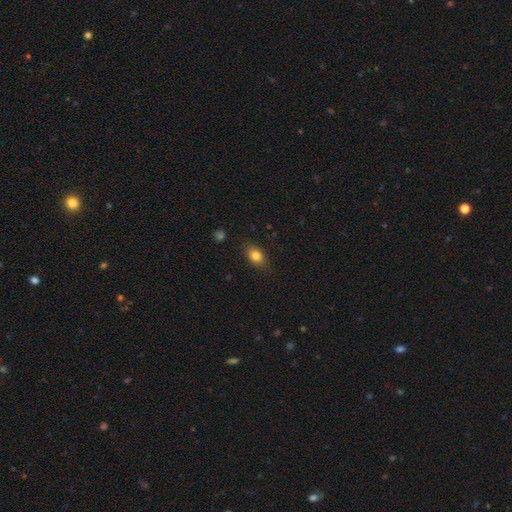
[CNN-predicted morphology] Q: Smooth or featured?
A: smooth (83%); runner-up: star or artifact (9%)
Q: How rounded?
A: in between (80%); runner-up: round (17%)
Q: Merging?
A: none (83%); runner-up: minor disturbance (13%)